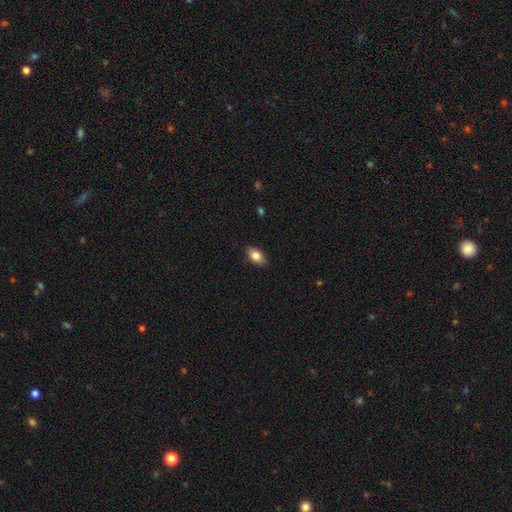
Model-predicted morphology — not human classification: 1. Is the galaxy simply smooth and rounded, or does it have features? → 84% smooth, 9% featured or disk, 7% star or artifact.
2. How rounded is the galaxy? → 91% in between, 5% round, 4% cigar-shaped.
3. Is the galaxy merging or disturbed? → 87% none, 10% minor disturbance, 2% major disturbance, 1% merger.